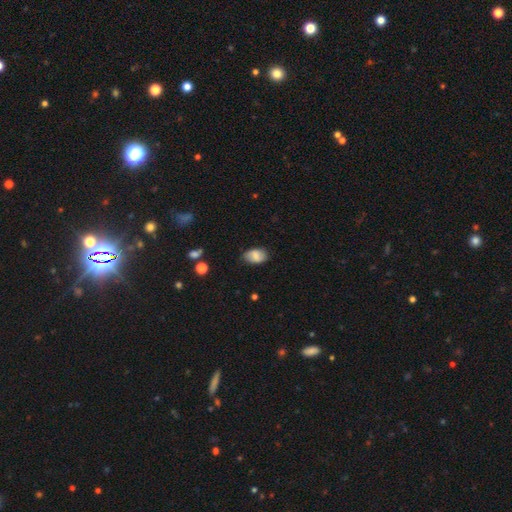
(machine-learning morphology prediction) smooth-or-featured: smooth: 77% | featured or disk: 15% | star or artifact: 8%
  how-rounded: in between: 87% | round: 11% | cigar-shaped: 2%
  merging: none: 76% | minor disturbance: 19% | major disturbance: 4% | merger: 2%